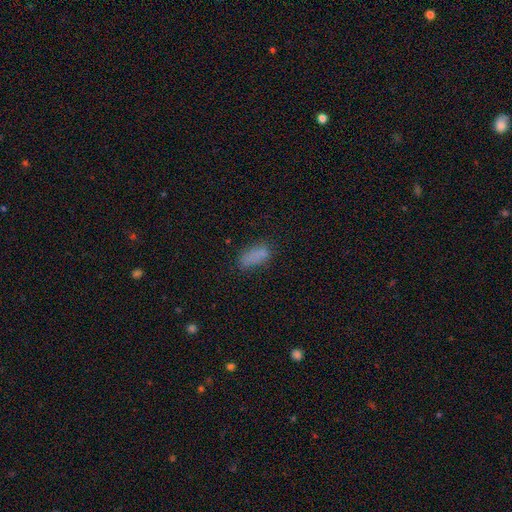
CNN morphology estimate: smooth-or-featured: smooth: 77% | star or artifact: 13% | featured or disk: 10%
  how-rounded: in between: 81% | cigar-shaped: 15% | round: 4%
  merging: none: 61% | minor disturbance: 24% | major disturbance: 10% | merger: 5%